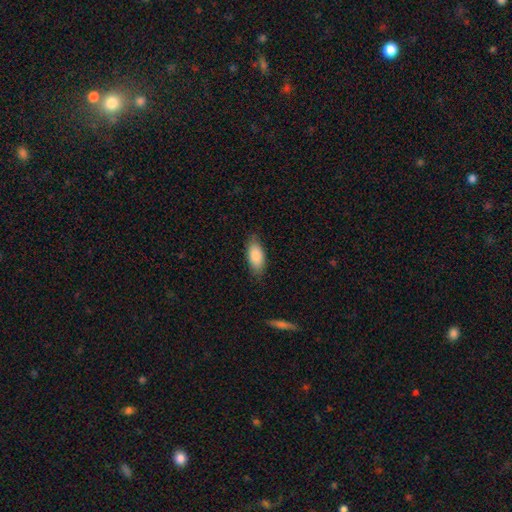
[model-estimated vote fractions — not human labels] Smooth or featured?
  - smooth: 87% *
  - featured or disk: 7%
  - star or artifact: 6%
How rounded?
  - in between: 87% *
  - cigar-shaped: 11%
  - round: 2%
Merging?
  - none: 82% *
  - minor disturbance: 14%
  - major disturbance: 3%
  - merger: 1%